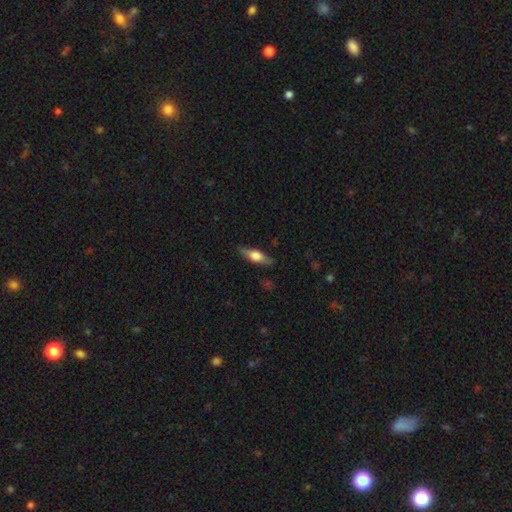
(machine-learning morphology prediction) A featured or disk galaxy (49%).

Vote fractions:
- Smooth or featured? featured or disk: 49% / smooth: 45% / star or artifact: 6%
- Merging? none: 85% / minor disturbance: 11% / major disturbance: 3% / merger: 1%